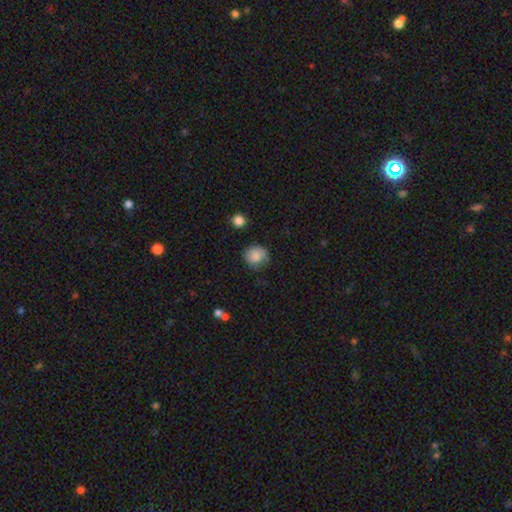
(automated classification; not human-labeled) Morphology: type=smooth (85%); roundness=round (82%); merging=none (73%).